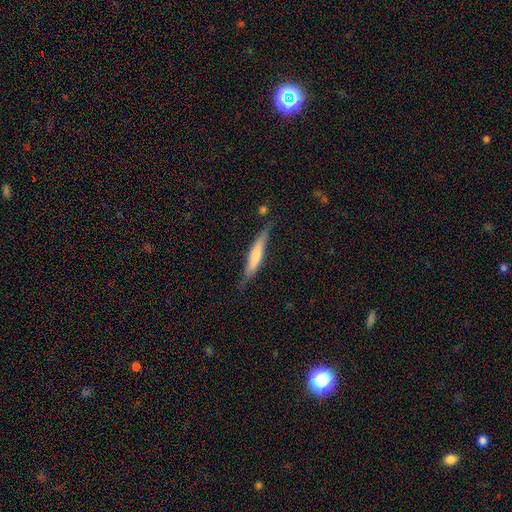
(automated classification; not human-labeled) smooth-or-featured: smooth: 59% | featured or disk: 36% | star or artifact: 6%
  how-rounded: cigar-shaped: 89% | in between: 9% | round: 1%
  merging: none: 65% | minor disturbance: 26% | major disturbance: 6% | merger: 3%